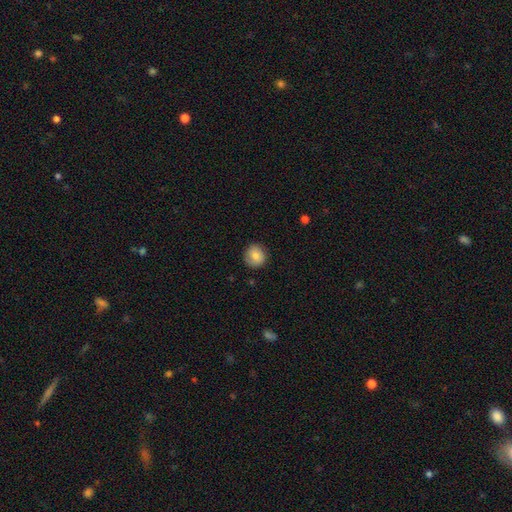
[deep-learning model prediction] Smooth or featured? Predicted: smooth (p=0.80). How rounded? Predicted: round (p=0.91). Merging? Predicted: none (p=0.87).